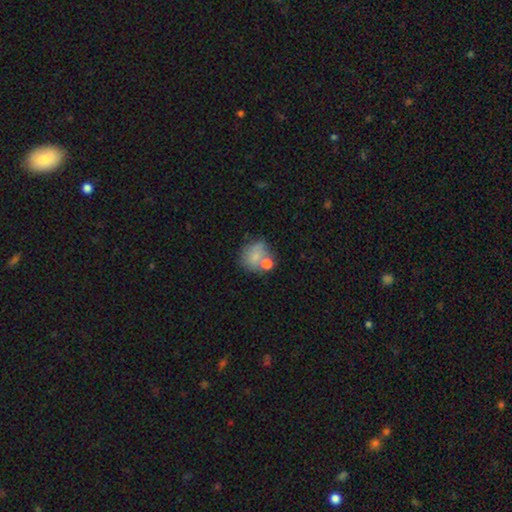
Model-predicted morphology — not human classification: The model was most divided on "merging": none: 45%, merger: 29%, minor disturbance: 17%, major disturbance: 9%. More confident: how rounded — round (75%); smooth or featured — smooth (72%).